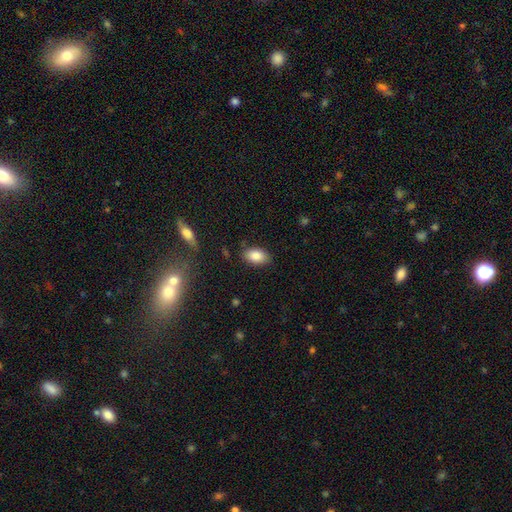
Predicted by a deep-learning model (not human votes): Overall: smooth (86%). How rounded: in between (92%). Merging: none (83%).